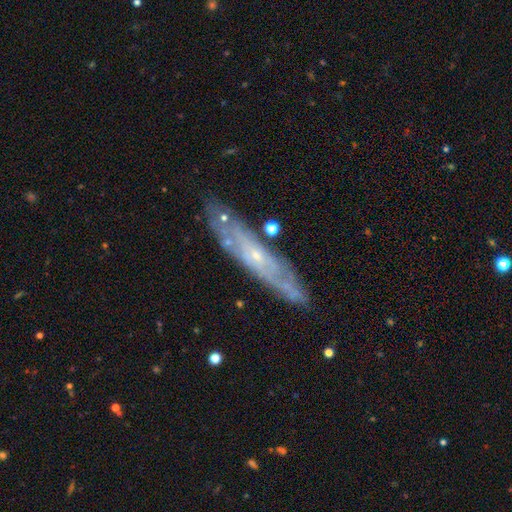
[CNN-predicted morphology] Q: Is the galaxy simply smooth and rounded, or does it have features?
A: featured or disk — 73%.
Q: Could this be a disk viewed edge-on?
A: no — 52%.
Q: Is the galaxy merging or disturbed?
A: none — 81%.